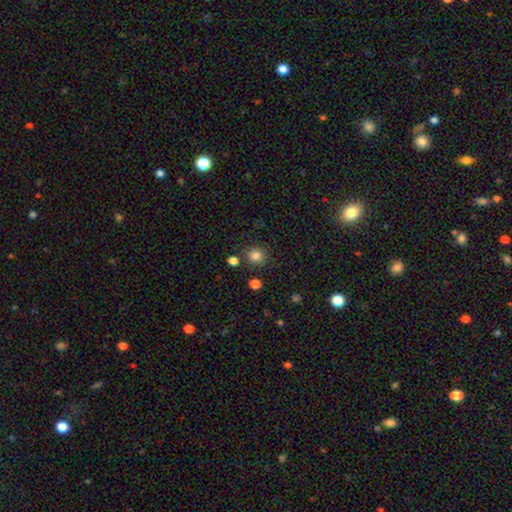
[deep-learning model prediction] A smooth galaxy with no disk features (83%) that is round (88%). Merging: none (84%).